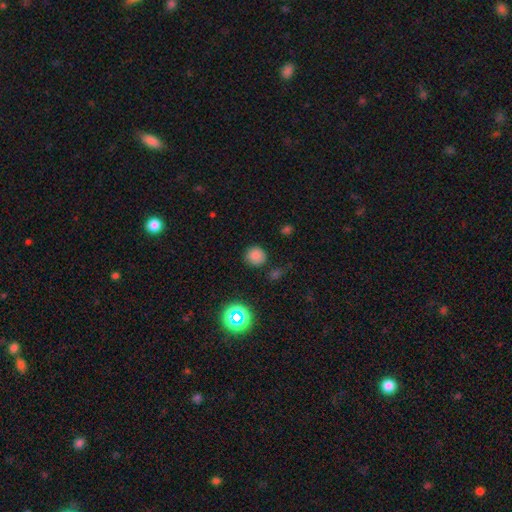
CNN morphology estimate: smooth-or-featured: smooth: 78% | star or artifact: 17% | featured or disk: 6%
  how-rounded: round: 90% | in between: 9% | cigar-shaped: 1%
  merging: none: 84% | minor disturbance: 10% | major disturbance: 3% | merger: 3%